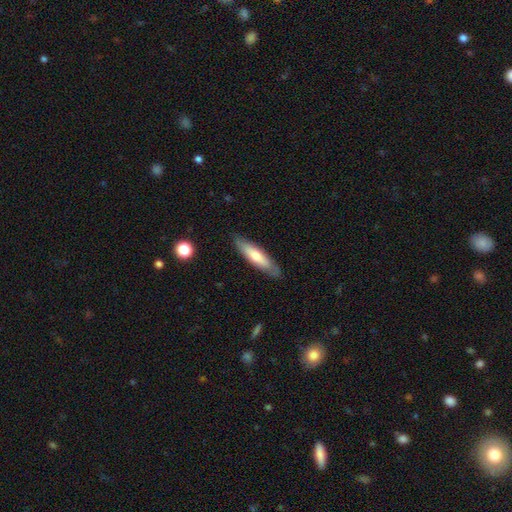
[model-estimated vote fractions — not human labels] Smooth or featured?
  - smooth: 60% *
  - featured or disk: 35%
  - star or artifact: 6%
How rounded?
  - cigar-shaped: 73% *
  - in between: 26%
  - round: 1%
Merging?
  - none: 84% *
  - minor disturbance: 13%
  - major disturbance: 2%
  - merger: 1%